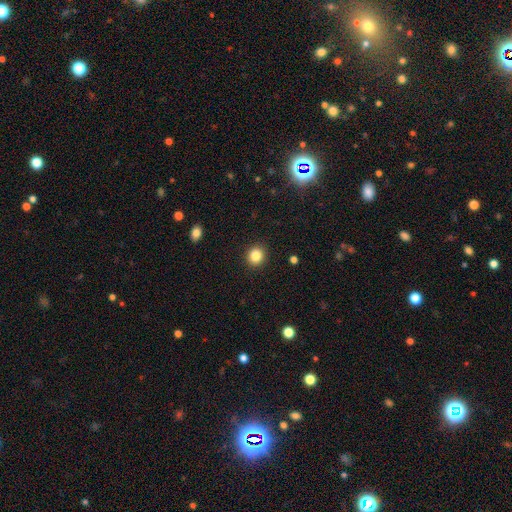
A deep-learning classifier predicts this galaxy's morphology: smooth-or-featured: smooth: 84% | star or artifact: 11% | featured or disk: 5%
  how-rounded: round: 87% | in between: 12% | cigar-shaped: 1%
  merging: none: 92% | minor disturbance: 6% | major disturbance: 2% | merger: 1%